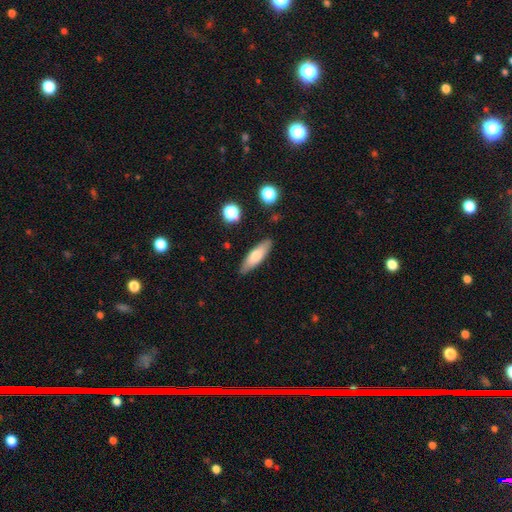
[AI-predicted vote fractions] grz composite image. It shows a smooth galaxy with no disk features (71%) that is cigar-shaped (54%). Merging: none (86%).